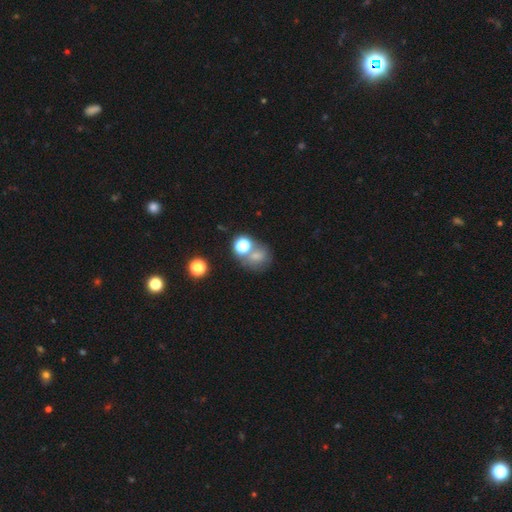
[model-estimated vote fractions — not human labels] A smooth galaxy with no disk features (65%) that is round (69%).

Vote fractions:
- Smooth or featured? smooth: 65% / star or artifact: 21% / featured or disk: 15%
- How rounded? round: 69% / in between: 30% / cigar-shaped: 1%
- Merging? none: 48% / merger: 31% / minor disturbance: 13% / major disturbance: 8%